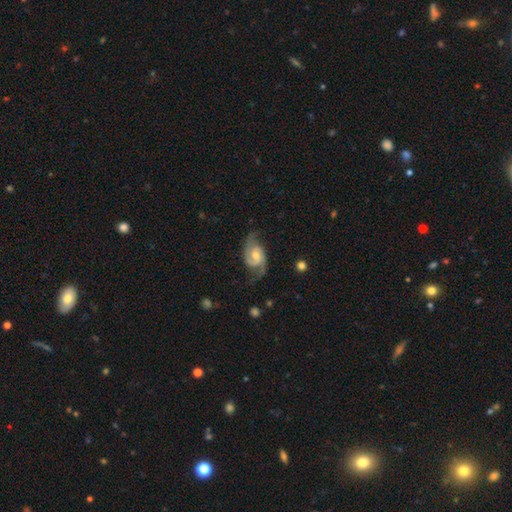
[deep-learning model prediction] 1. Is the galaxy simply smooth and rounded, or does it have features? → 87% featured or disk, 7% smooth, 5% star or artifact.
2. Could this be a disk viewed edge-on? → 97% no, 3% yes.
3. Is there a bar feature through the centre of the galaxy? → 52% no, 39% weak, 9% strong.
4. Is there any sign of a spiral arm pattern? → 97% yes, 3% no.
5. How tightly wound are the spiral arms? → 52% medium, 25% tight, 23% loose.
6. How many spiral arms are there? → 91% 2, 3% can't tell, 2% 3, 2% 1, 1% 4, 1% more than 4.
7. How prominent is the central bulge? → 59% moderate, 34% small, 4% large, 2% none, 1% dominant.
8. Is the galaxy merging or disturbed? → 74% none, 18% minor disturbance, 7% major disturbance, 1% merger.